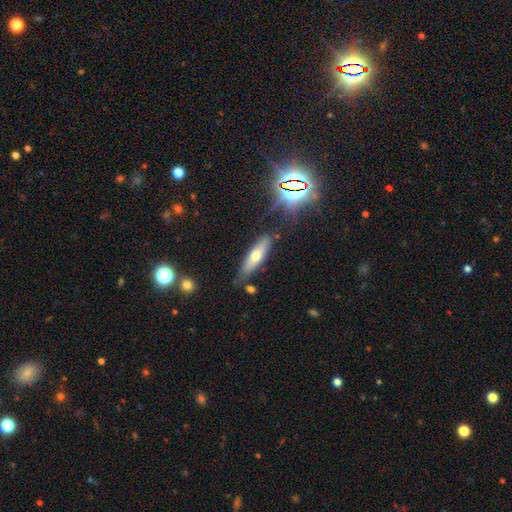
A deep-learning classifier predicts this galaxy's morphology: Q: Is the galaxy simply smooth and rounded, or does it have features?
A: smooth — 53%.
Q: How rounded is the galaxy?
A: cigar-shaped — 60%.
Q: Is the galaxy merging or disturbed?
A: none — 75%.